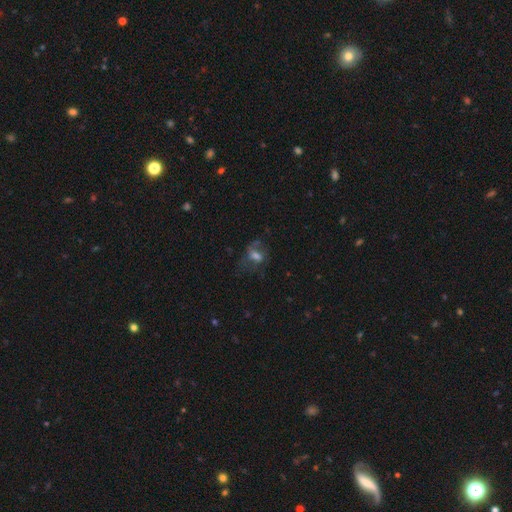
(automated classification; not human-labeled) Q: Smooth or featured?
A: smooth (46%); runner-up: featured or disk (37%)
Q: Merging?
A: none (40%); runner-up: major disturbance (36%)